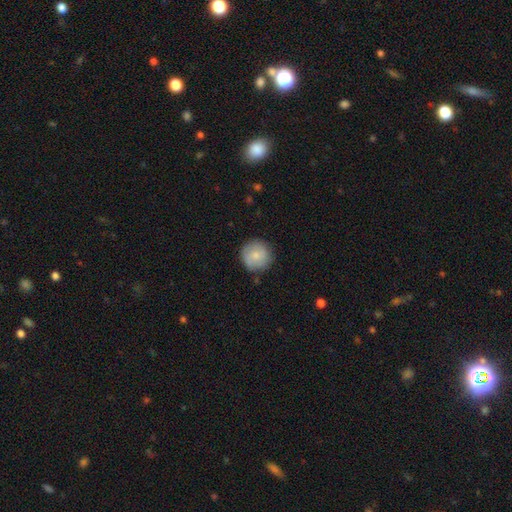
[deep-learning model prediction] Q: Smooth or featured?
A: smooth (80%); runner-up: featured or disk (13%)
Q: How rounded?
A: round (95%); runner-up: in between (4%)
Q: Merging?
A: none (85%); runner-up: minor disturbance (12%)